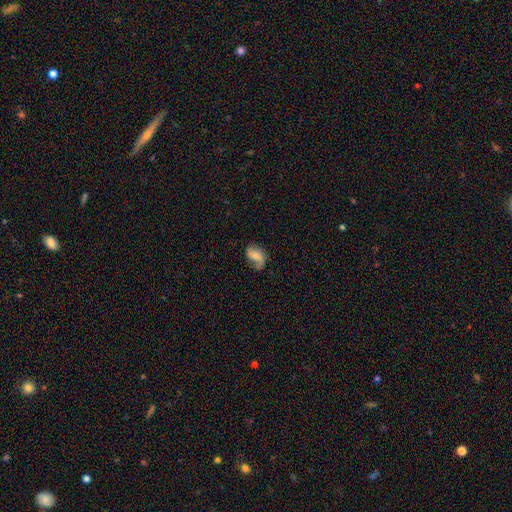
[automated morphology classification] Q: Smooth or featured?
A: featured or disk (59%); runner-up: smooth (33%)
Q: Edge-on disk?
A: no (97%); runner-up: yes (3%)
Q: Bar?
A: no (52%); runner-up: weak (36%)
Q: Spiral arms?
A: yes (90%); runner-up: no (10%)
Q: Spiral winding?
A: loose (57%); runner-up: medium (31%)
Q: Spiral arm count?
A: 2 (78%); runner-up: 1 (13%)
Q: Bulge size?
A: small (45%); runner-up: moderate (39%)
Q: Merging?
A: none (60%); runner-up: minor disturbance (26%)